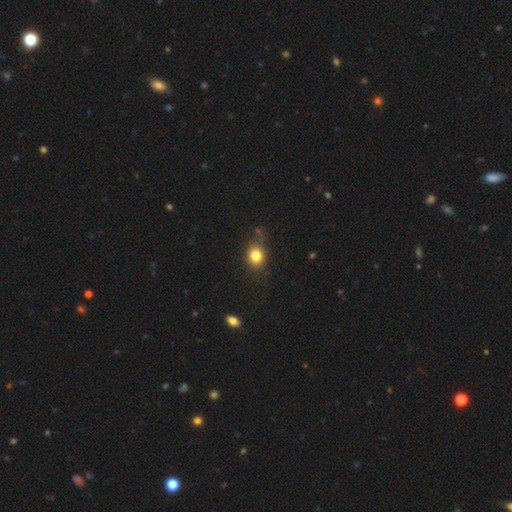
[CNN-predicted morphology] Smooth or featured? Predicted: smooth (p=0.81). How rounded? Predicted: round (p=0.59). Merging? Predicted: none (p=0.73).